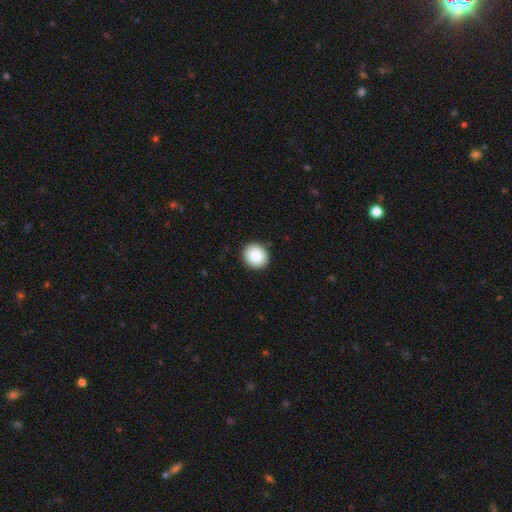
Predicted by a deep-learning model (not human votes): This appears to be a smooth galaxy with no disk features (85%) that is round (90%). Merging: none (92%).